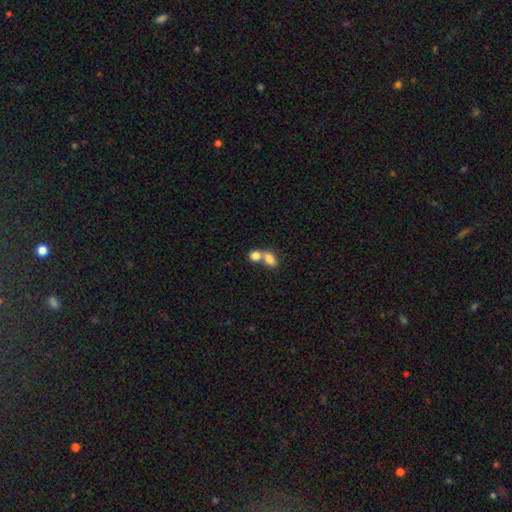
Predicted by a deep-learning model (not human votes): Q: Smooth or featured?
A: smooth (81%); runner-up: featured or disk (10%)
Q: How rounded?
A: in between (64%); runner-up: round (34%)
Q: Merging?
A: merger (66%); runner-up: none (25%)